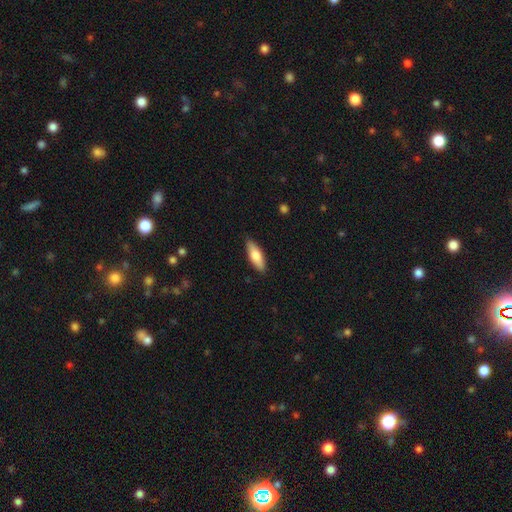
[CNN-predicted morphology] A smooth galaxy with no disk features (71%) that is in between round and cigar-shaped (55%).

Vote fractions:
- Smooth or featured? smooth: 71% / featured or disk: 23% / star or artifact: 6%
- How rounded? in between: 55% / cigar-shaped: 43% / round: 2%
- Merging? none: 88% / minor disturbance: 10% / major disturbance: 2% / merger: 1%